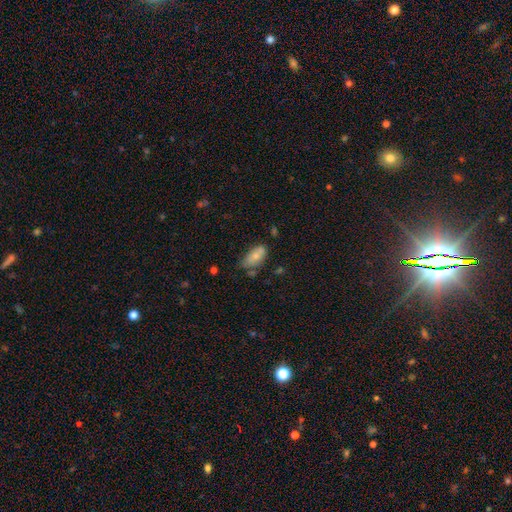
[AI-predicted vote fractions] Morphology: type=smooth (73%); roundness=in between (91%); merging=none (54%).